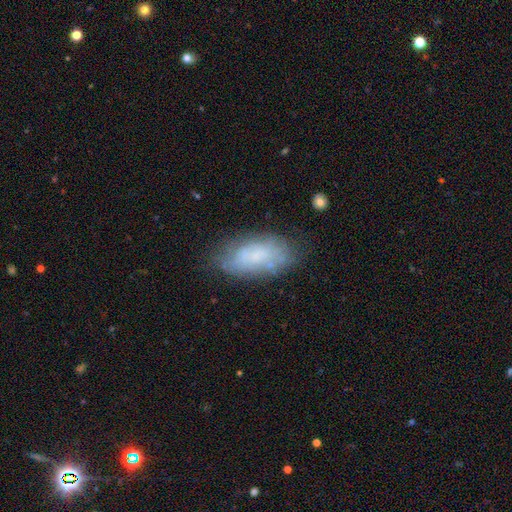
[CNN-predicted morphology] A smooth galaxy with no disk features (60%) that is in between round and cigar-shaped (90%). Merging: none (65%).